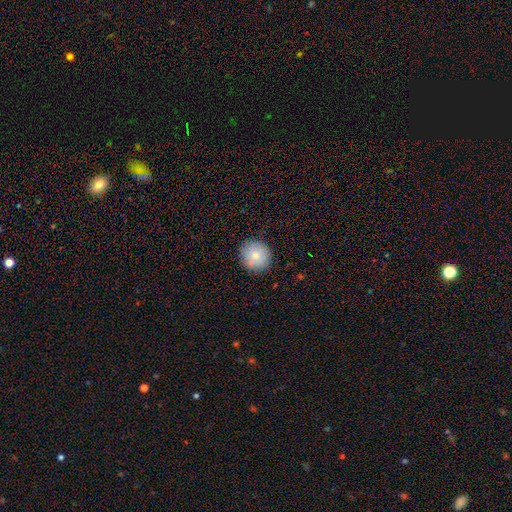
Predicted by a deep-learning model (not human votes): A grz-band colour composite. It shows a smooth galaxy with no disk features (80%) that is round (91%). Merging: none (87%).